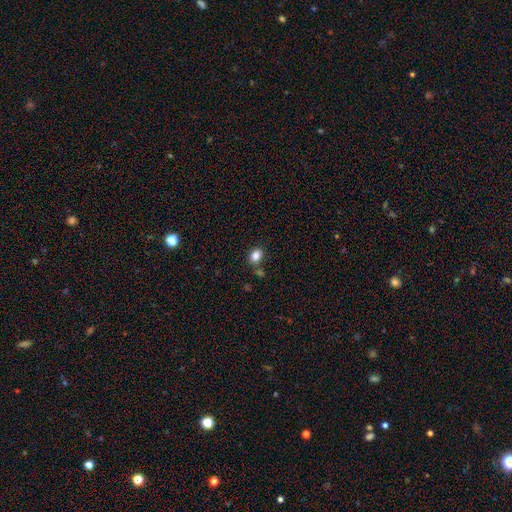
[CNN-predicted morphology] Overall: smooth (85%). How rounded: in between (66%; round 33%). Merging: none (73%).